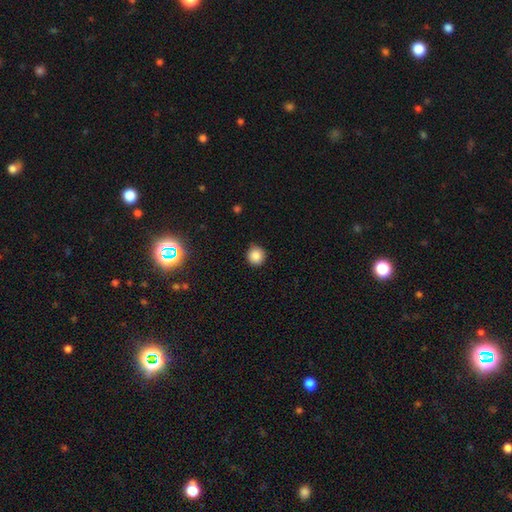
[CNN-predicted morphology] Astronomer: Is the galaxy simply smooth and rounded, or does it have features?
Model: smooth — 85%.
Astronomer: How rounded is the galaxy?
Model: round — 93%.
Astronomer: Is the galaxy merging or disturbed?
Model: none — 88%.